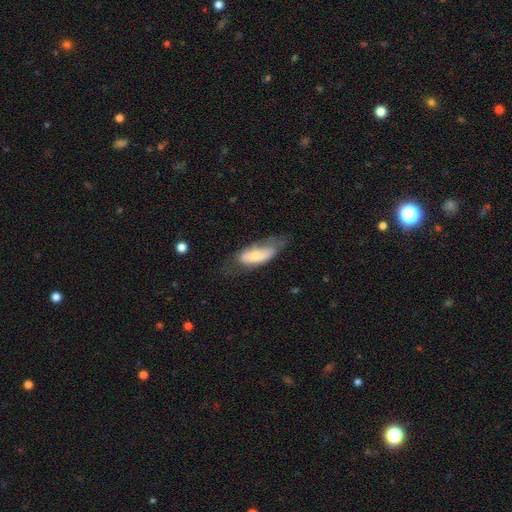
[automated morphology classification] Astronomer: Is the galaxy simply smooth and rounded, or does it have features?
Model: smooth — 61%.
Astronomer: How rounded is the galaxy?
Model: in between — 75%.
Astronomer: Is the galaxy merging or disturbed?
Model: none — 42% (runner-up: minor disturbance, 32%).